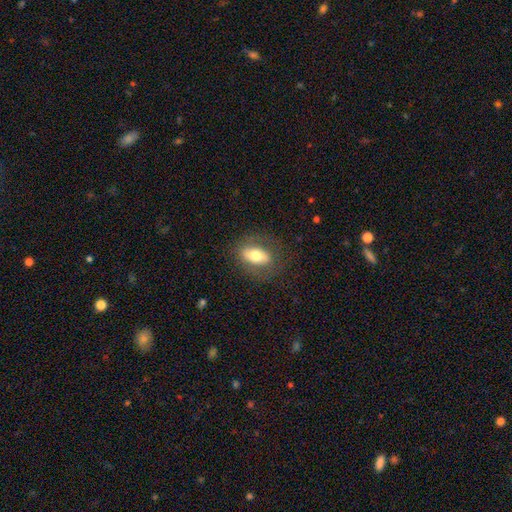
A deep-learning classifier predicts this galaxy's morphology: This is likely a smooth galaxy (63%). How rounded: clearly in between (85%). Merging: likely none (77%).